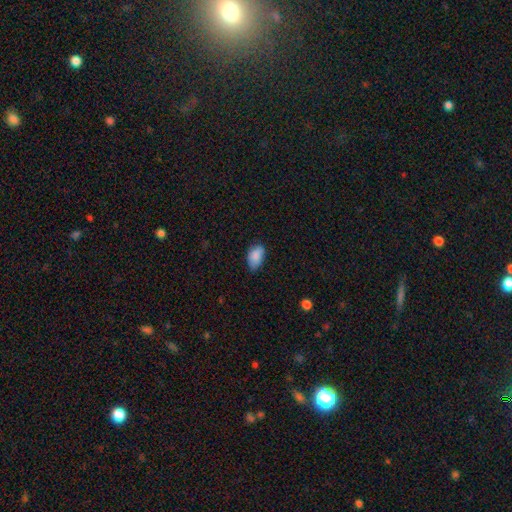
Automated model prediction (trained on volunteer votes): A smooth galaxy with no disk features (87%) that is in between round and cigar-shaped (91%).

Vote fractions:
- Smooth or featured? smooth: 87% / star or artifact: 8% / featured or disk: 6%
- How rounded? in between: 91% / round: 8% / cigar-shaped: 2%
- Merging? none: 64% / minor disturbance: 30% / major disturbance: 5% / merger: 1%